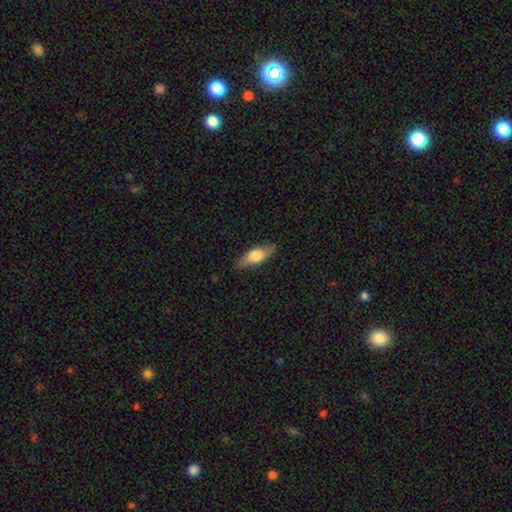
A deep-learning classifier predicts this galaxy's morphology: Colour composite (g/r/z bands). It shows a smooth galaxy with no disk features (69%) that is in between round and cigar-shaped (68%). Merging: none (84%).